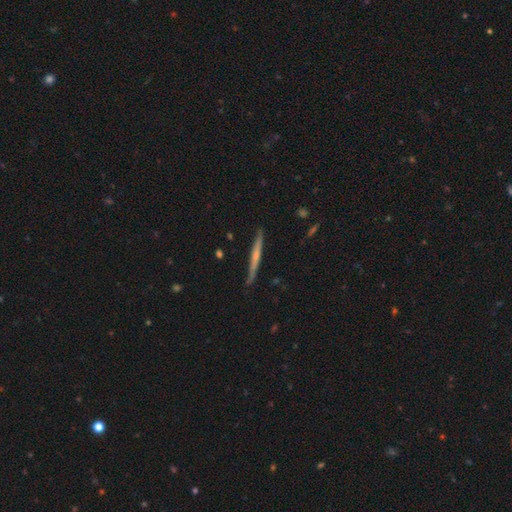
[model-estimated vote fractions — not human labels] The model was most divided on "smooth or featured": featured or disk: 54%, smooth: 41%, star or artifact: 6%. More confident: edge-on disk — yes (97%); merging — none (87%); edge-on bulge — none (65%).